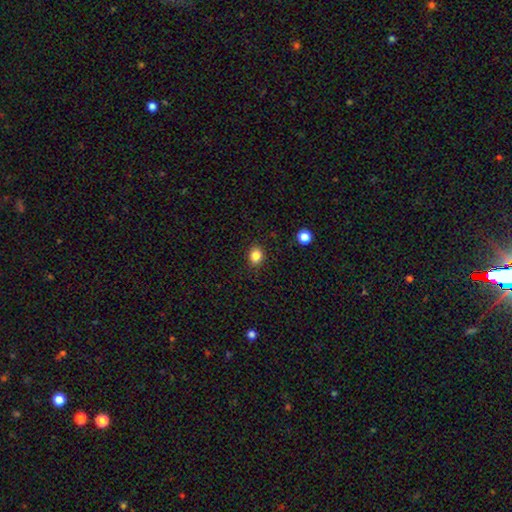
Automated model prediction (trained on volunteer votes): Q: Smooth or featured?
A: smooth (85%); runner-up: star or artifact (10%)
Q: How rounded?
A: in between (50%); runner-up: round (49%)
Q: Merging?
A: none (88%); runner-up: minor disturbance (8%)